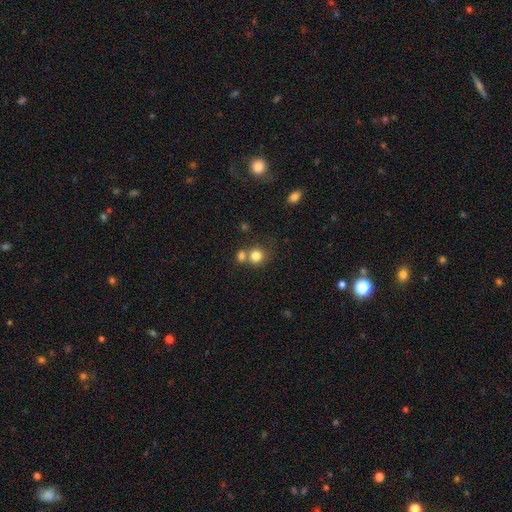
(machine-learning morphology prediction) smooth-or-featured: smooth: 80% | star or artifact: 11% | featured or disk: 8%
  how-rounded: round: 83% | in between: 16% | cigar-shaped: 1%
  merging: none: 47% | merger: 38% | minor disturbance: 10% | major disturbance: 5%